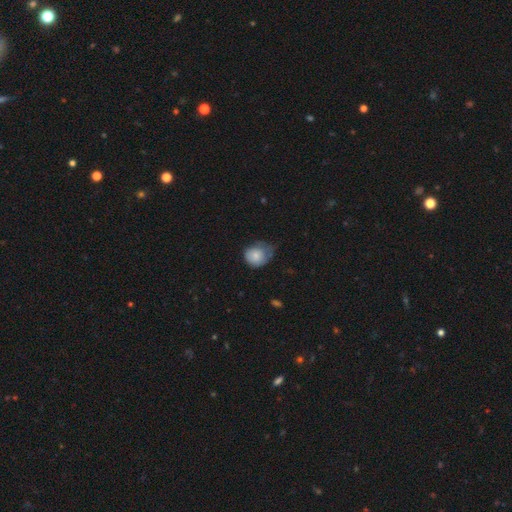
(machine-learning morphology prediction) smooth 78%, featured or disk 14%, star or artifact 8%. Down the decision tree: how rounded — round (63%); merging — minor disturbance (43%).